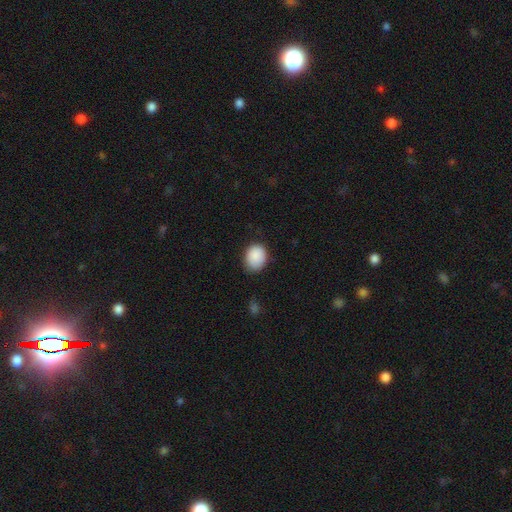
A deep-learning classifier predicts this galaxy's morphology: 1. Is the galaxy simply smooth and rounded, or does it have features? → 89% smooth, 7% star or artifact, 4% featured or disk.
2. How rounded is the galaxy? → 51% in between, 48% round, 1% cigar-shaped.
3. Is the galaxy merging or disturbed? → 73% none, 22% minor disturbance, 4% major disturbance, 1% merger.